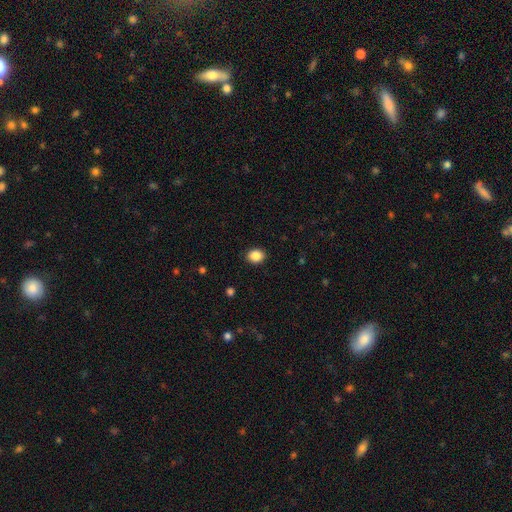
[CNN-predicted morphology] type=smooth (87%); roundness=round (58%); merging=none (90%).